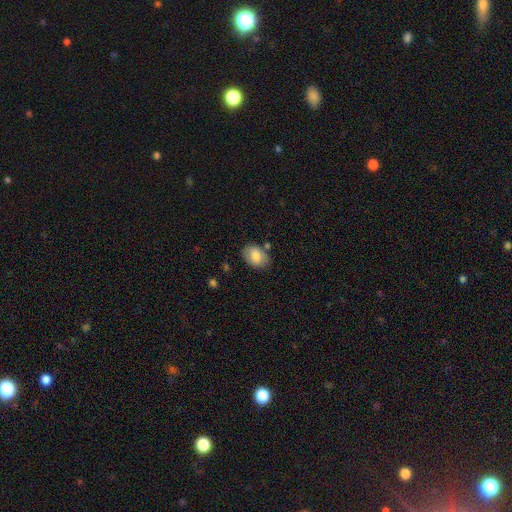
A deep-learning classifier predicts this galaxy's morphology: This is likely a smooth galaxy (80%). How rounded: clearly in between (81%). Merging: likely none (77%).